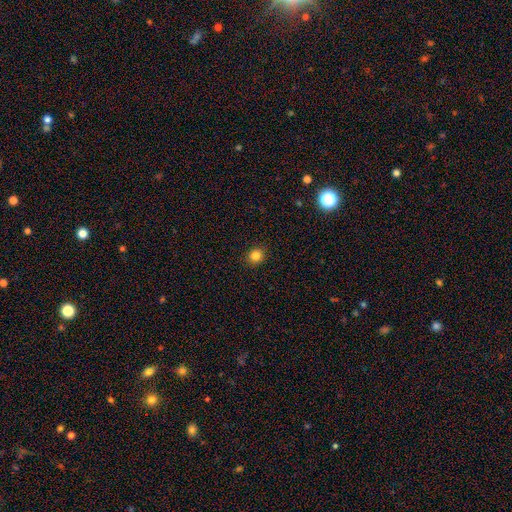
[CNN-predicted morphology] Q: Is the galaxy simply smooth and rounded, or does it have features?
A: smooth — 83%.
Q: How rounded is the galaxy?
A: round — 82%.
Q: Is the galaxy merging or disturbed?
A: none — 91%.